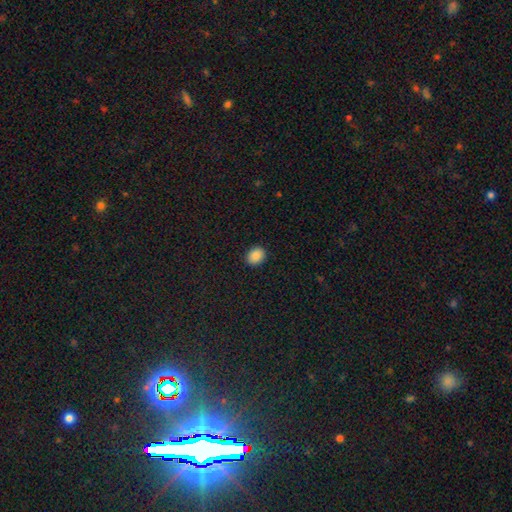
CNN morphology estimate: Smooth or featured?
  - smooth: 88% *
  - star or artifact: 9%
  - featured or disk: 3%
How rounded?
  - in between: 55% *
  - round: 44%
  - cigar-shaped: 1%
Merging?
  - none: 91% *
  - minor disturbance: 7%
  - major disturbance: 2%
  - merger: 1%